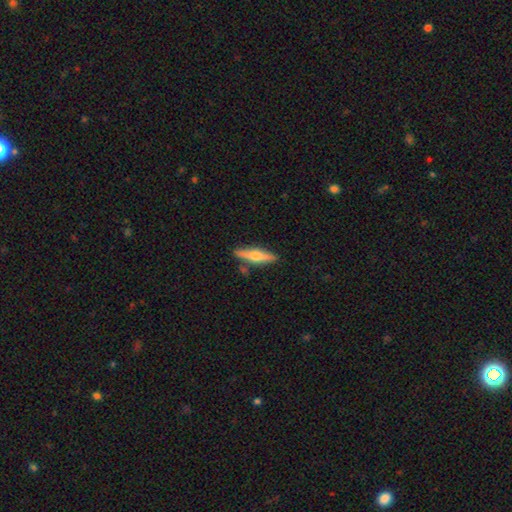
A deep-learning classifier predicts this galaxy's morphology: smooth-or-featured: featured or disk: 52% | smooth: 42% | star or artifact: 6%
  disk-edge-on: yes: 95% | no: 5%
  merging: none: 83% | minor disturbance: 10% | merger: 4% | major disturbance: 2%